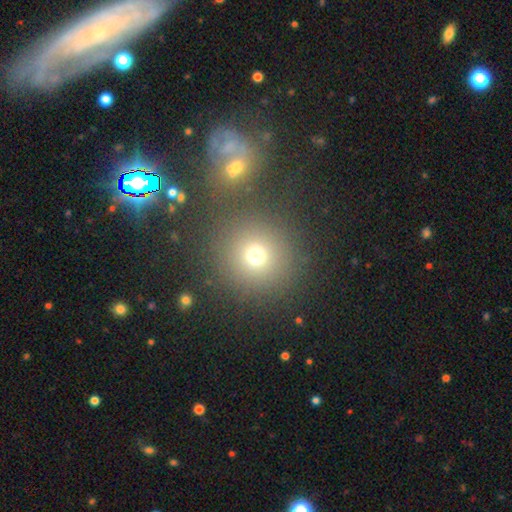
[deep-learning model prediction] Morphology: type=smooth (71%); roundness=round (91%); merging=none (75%).